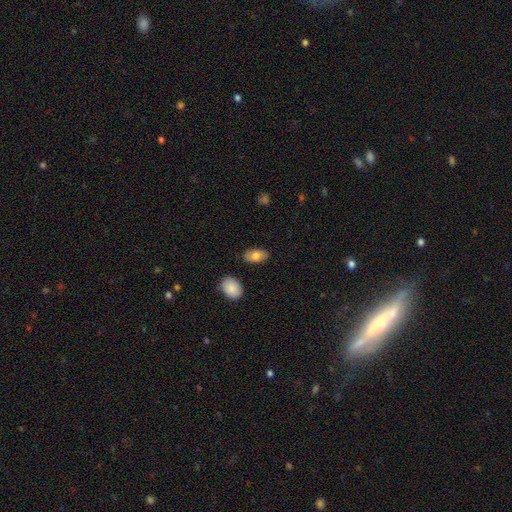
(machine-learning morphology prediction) Q: Smooth or featured?
A: smooth (80%); runner-up: featured or disk (13%)
Q: How rounded?
A: in between (94%); runner-up: round (4%)
Q: Merging?
A: none (85%); runner-up: minor disturbance (11%)